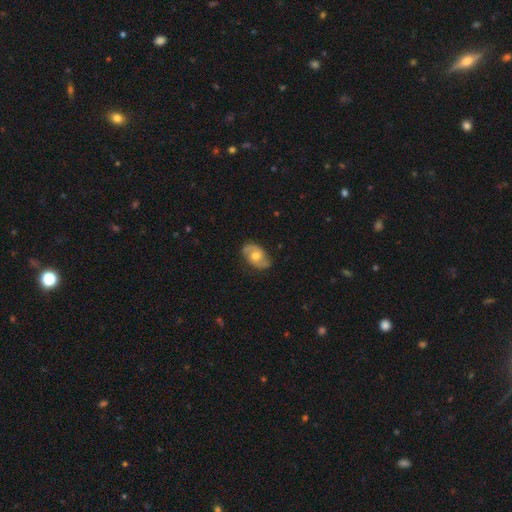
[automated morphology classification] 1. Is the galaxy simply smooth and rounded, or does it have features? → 78% featured or disk, 16% smooth, 6% star or artifact.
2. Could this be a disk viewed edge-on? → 97% no, 3% yes.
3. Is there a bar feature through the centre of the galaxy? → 58% no, 35% weak, 6% strong.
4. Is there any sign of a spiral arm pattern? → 92% yes, 8% no.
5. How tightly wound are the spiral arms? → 51% medium, 25% loose, 24% tight.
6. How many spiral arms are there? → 90% 2, 5% can't tell, 2% 1, 1% 3, 1% 4, 1% more than 4.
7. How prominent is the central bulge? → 72% moderate, 17% small, 9% large, 2% none, 1% dominant.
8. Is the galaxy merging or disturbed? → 81% none, 14% minor disturbance, 3% major disturbance, 1% merger.